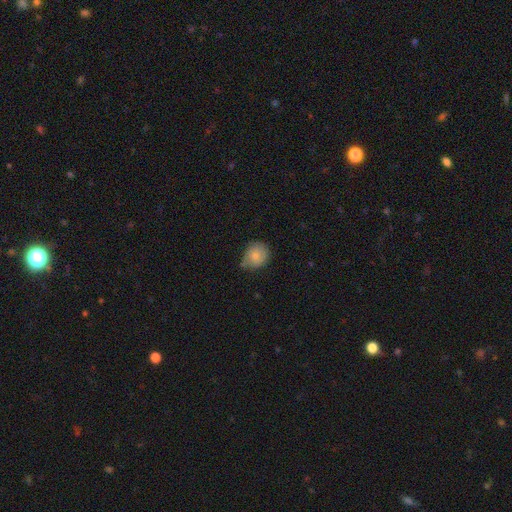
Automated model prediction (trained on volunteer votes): Overall: smooth (80%). How rounded: round (69%; in between 30%). Merging: none (58%; minor disturbance 32%).